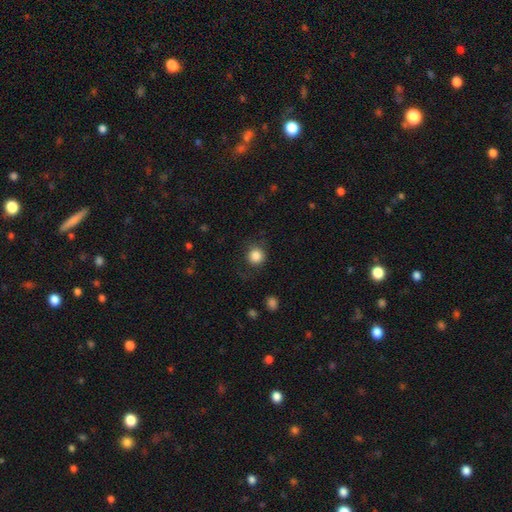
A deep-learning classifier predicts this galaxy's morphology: Q: Smooth or featured?
A: smooth (86%); runner-up: star or artifact (10%)
Q: How rounded?
A: round (93%); runner-up: in between (6%)
Q: Merging?
A: none (82%); runner-up: minor disturbance (12%)